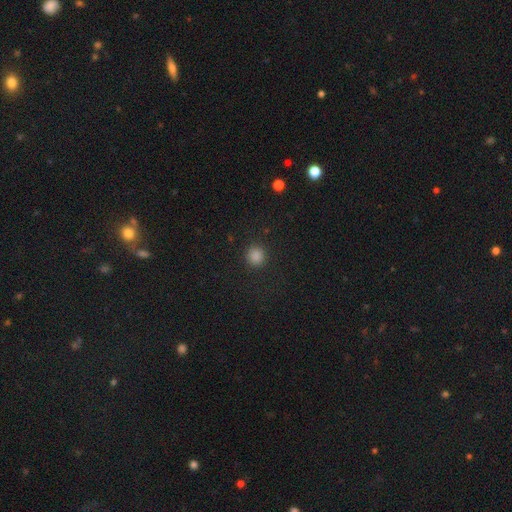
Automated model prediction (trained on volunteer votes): This appears to be a smooth galaxy with no disk features (83%) that is round (94%). Merging: none (92%).